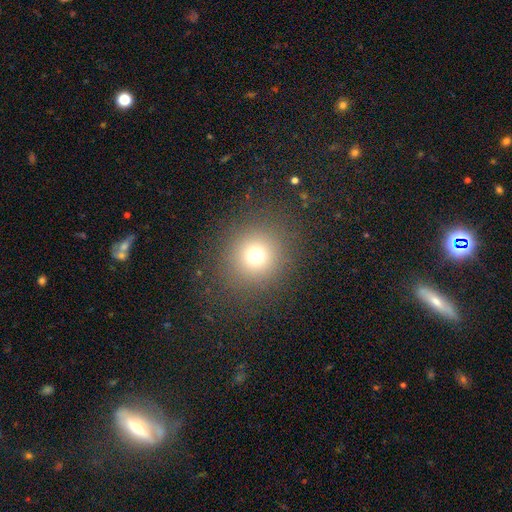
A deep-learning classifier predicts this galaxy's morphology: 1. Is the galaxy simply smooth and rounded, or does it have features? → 71% smooth, 19% star or artifact, 10% featured or disk.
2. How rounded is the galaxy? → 91% round, 8% in between, 1% cigar-shaped.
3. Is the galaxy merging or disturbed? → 87% none, 7% minor disturbance, 5% major disturbance, 1% merger.